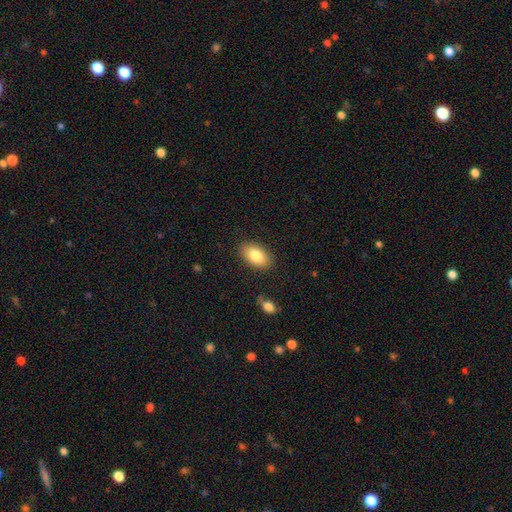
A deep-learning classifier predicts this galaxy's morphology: The model was most divided on "smooth or featured": smooth: 83%, featured or disk: 10%, star or artifact: 7%. More confident: how rounded — in between (92%); merging — none (86%).